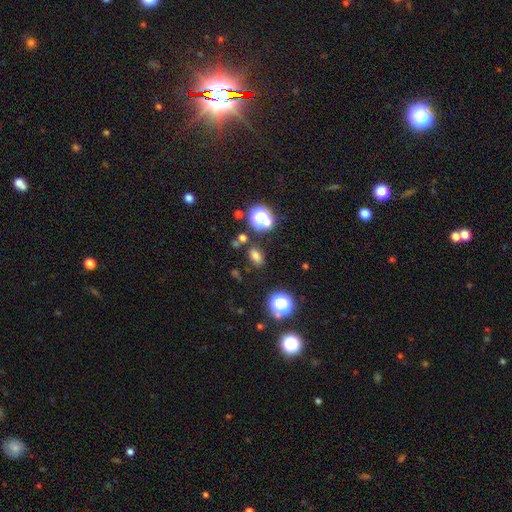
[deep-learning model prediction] The model was most divided on "smooth or featured": smooth: 72%, star or artifact: 21%, featured or disk: 7%. More confident: merging — none (81%); how rounded — in between (75%).